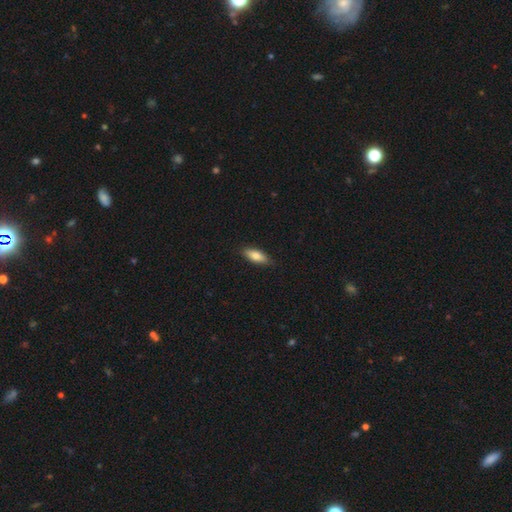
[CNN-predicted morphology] smooth_or_featured: smooth (p=0.79) [alt: featured or disk p=0.15]
how_rounded: in between (p=0.72) [alt: cigar-shaped p=0.26]
merging: none (p=0.85) [alt: minor disturbance p=0.12]